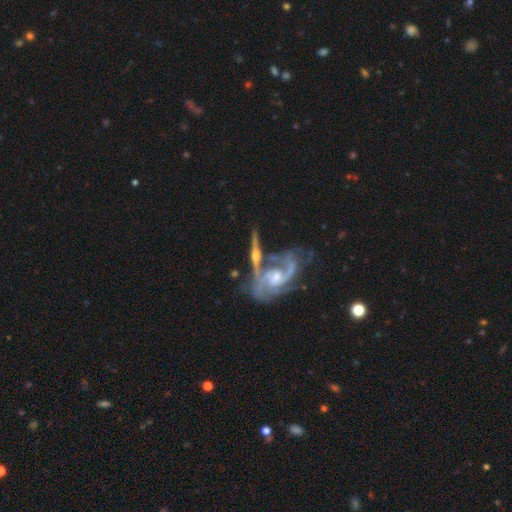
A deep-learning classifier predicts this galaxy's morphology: Smooth or featured: featured or disk — 81% (smooth — 13%)
Edge-on disk: yes — 70% (no — 30%)
Edge-on bulge: rounded — 88% (boxy — 6%)
Merging: none — 39% (merger — 38%)